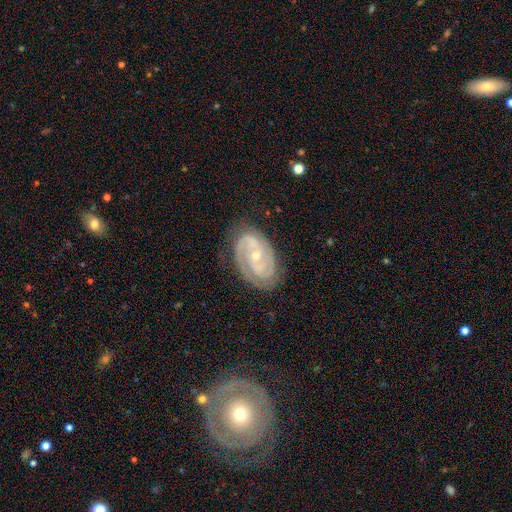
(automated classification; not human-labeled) Overall: featured or disk (88%). Edge-on disk: no (97%). Bar: no (52%; weak 35%). Spiral arms: yes (97%). Spiral arm count: 2 (67%). Spiral winding: tight (64%; medium 31%). Bulge size: small (70%). Merging: none (78%).